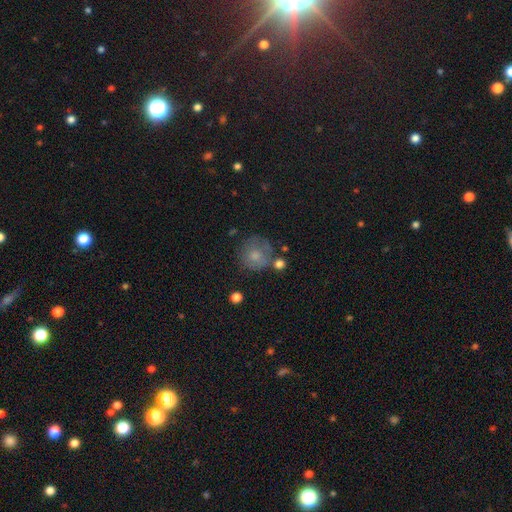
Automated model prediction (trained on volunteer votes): This is likely a smooth galaxy (73%). How rounded: clearly round (89%). Merging: likely none (60%).